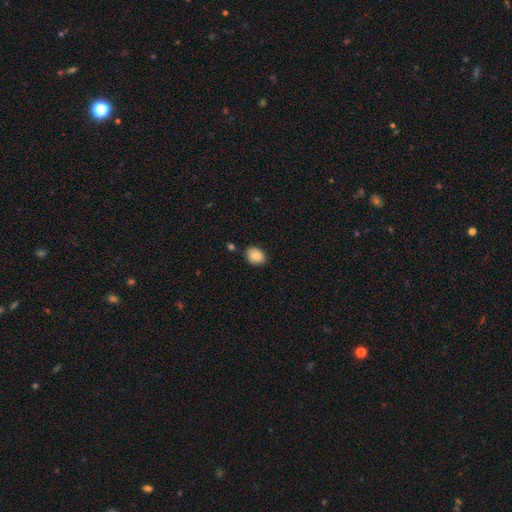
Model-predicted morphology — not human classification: The model was most divided on "how rounded": in between: 61%, round: 38%, cigar-shaped: 1%. More confident: smooth or featured — smooth (84%); merging — none (81%).